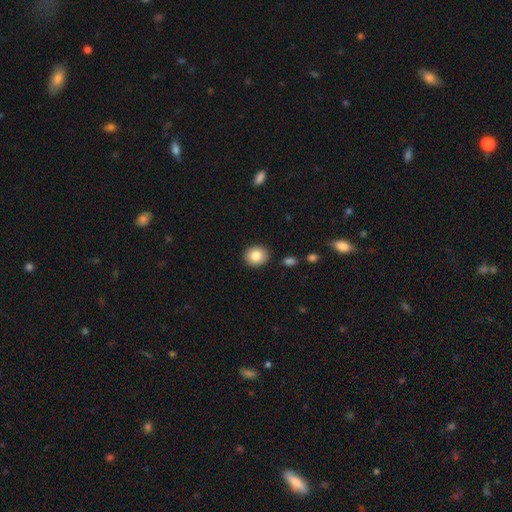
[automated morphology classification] This is clearly a smooth galaxy (85%). How rounded: likely round (72%). Merging: clearly none (89%).